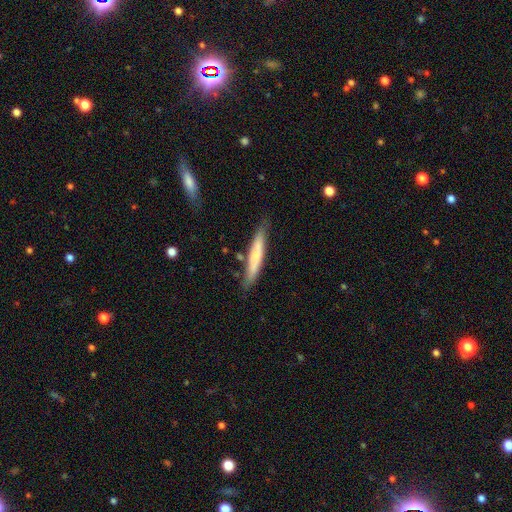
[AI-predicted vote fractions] This is likely a smooth galaxy (62%). How rounded: clearly cigar-shaped (92%). Merging: likely none (78%).